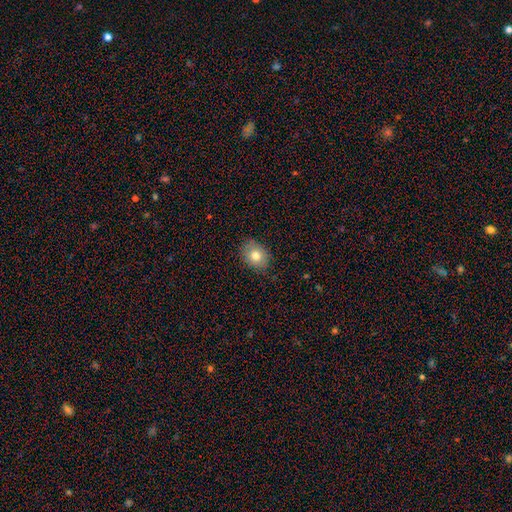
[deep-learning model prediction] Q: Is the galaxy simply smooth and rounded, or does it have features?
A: smooth — 76%.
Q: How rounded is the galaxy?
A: in between — 58%.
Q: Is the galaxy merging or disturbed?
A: none — 82%.